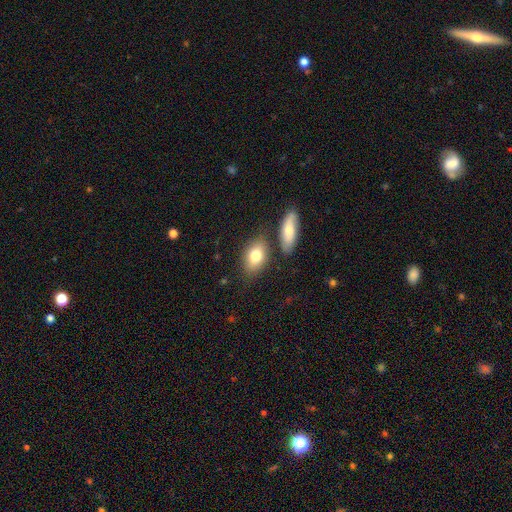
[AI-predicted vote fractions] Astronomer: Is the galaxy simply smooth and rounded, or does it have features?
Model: smooth — 78%.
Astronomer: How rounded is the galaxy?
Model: in between — 84%.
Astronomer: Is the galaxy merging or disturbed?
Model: none — 72%.